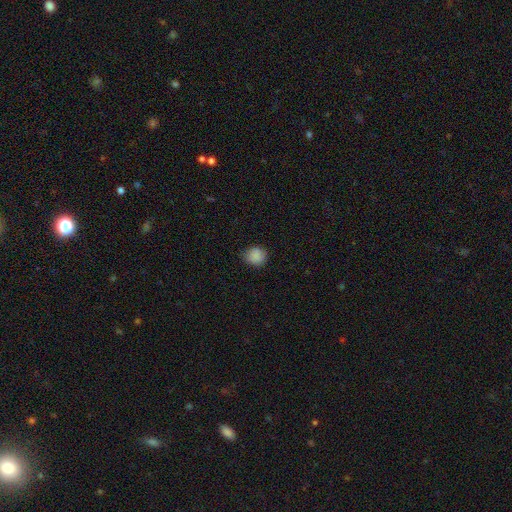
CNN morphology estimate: A smooth galaxy with no disk features (87%) that is round (81%).

Vote fractions:
- Smooth or featured? smooth: 87% / star or artifact: 9% / featured or disk: 4%
- How rounded? round: 81% / in between: 18% / cigar-shaped: 1%
- Merging? none: 78% / minor disturbance: 17% / major disturbance: 4% / merger: 1%